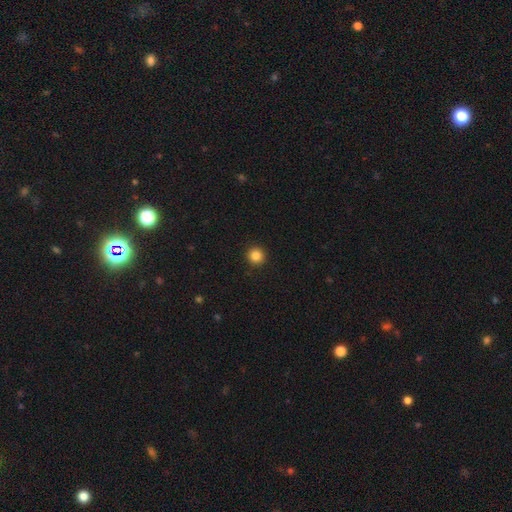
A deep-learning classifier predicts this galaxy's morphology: Smooth or featured? smooth (85%)
How rounded? round (95%)
Merging? none (93%)